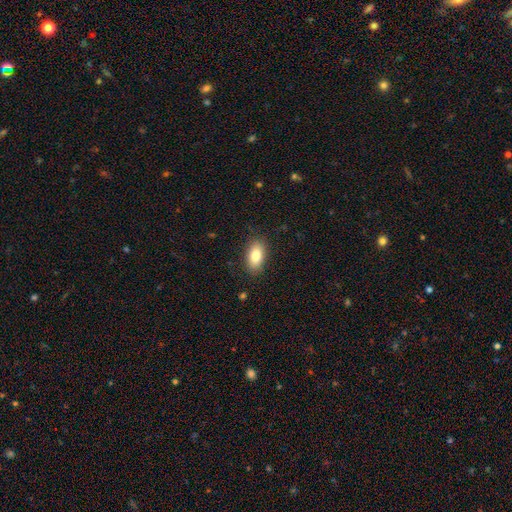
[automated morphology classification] Q: Smooth or featured?
A: smooth (83%); runner-up: featured or disk (10%)
Q: How rounded?
A: in between (91%); runner-up: cigar-shaped (5%)
Q: Merging?
A: none (86%); runner-up: minor disturbance (10%)